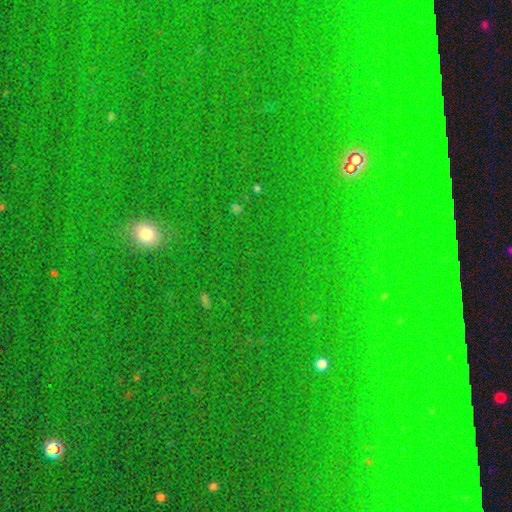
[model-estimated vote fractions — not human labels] Overall: star or artifact (64%; smooth 27%).